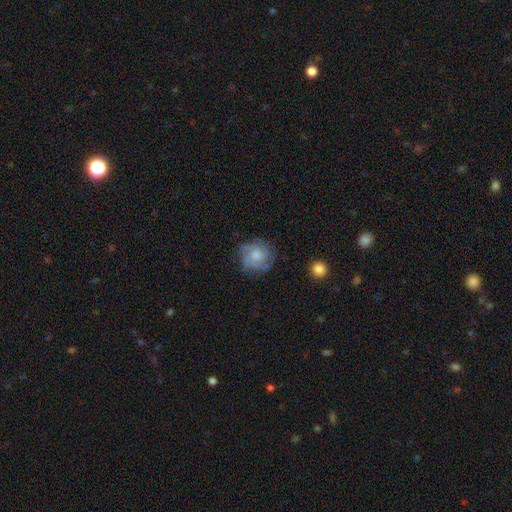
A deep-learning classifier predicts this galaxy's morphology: type=smooth (47%); merging=none (68%).